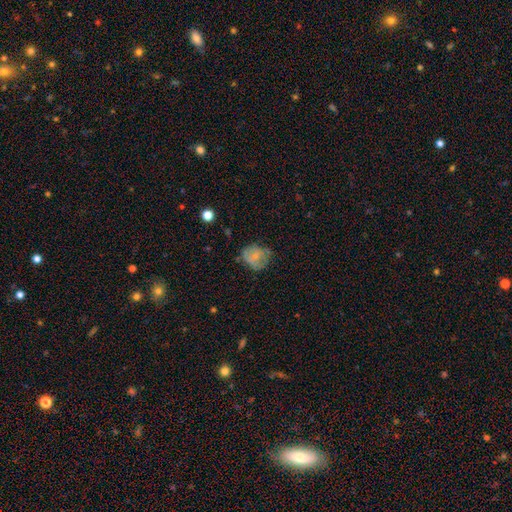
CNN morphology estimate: This is likely a smooth galaxy (63%). How rounded: likely round (64%). Merging: possibly none (54%).